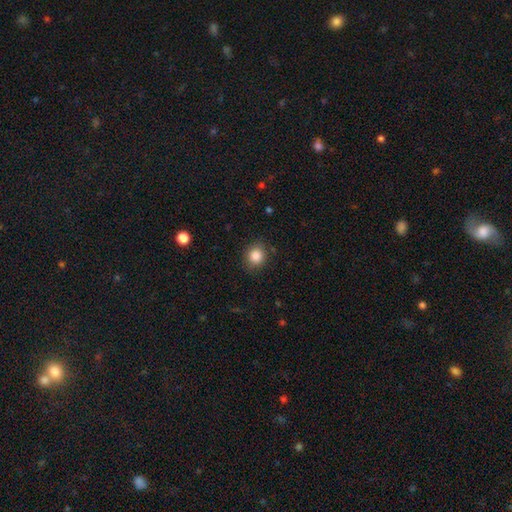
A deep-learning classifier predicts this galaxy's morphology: The model was most divided on "how rounded": round: 80%, in between: 19%, cigar-shaped: 1%. More confident: merging — none (86%); smooth or featured — smooth (86%).